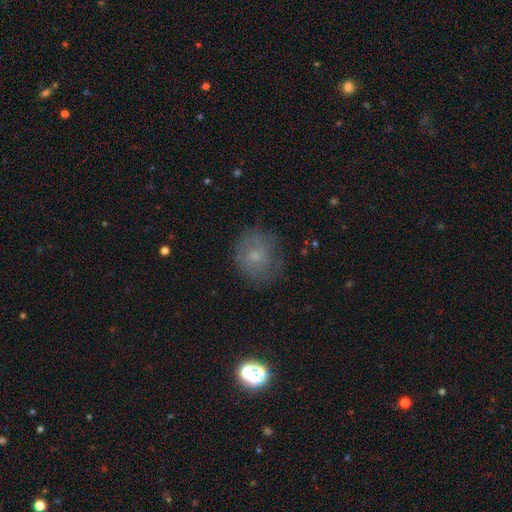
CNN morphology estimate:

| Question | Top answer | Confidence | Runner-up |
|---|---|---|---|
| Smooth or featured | featured or disk | 44% | smooth (42%) |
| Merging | none | 74% | minor disturbance (17%) |